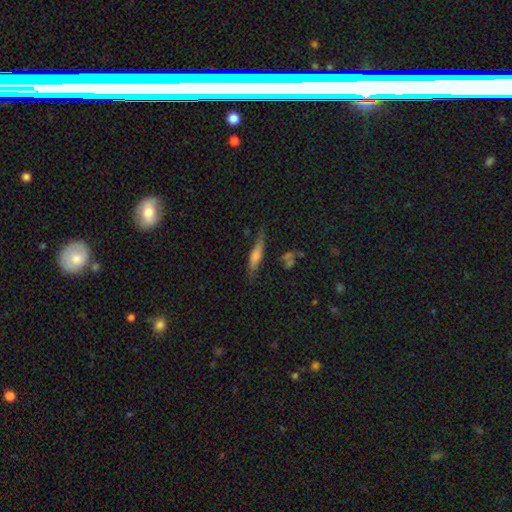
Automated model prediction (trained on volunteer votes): Smooth or featured? Predicted: featured or disk (p=0.46). Merging? Predicted: none (p=0.73).